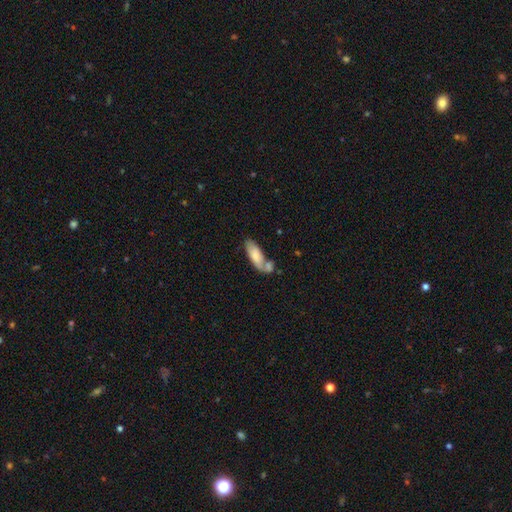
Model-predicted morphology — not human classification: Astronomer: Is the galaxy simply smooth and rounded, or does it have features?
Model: smooth — 72%.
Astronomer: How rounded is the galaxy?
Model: in between — 64%.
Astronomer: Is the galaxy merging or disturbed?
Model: none — 42% (runner-up: merger, 33%).